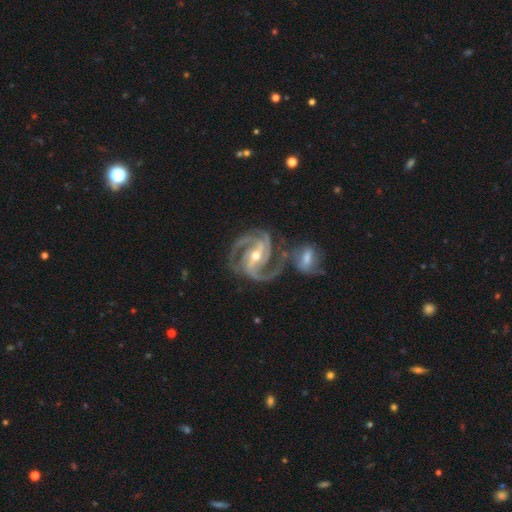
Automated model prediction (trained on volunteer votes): A featured or disk galaxy (94%) with a strong bar (62%), 3 (43%) medium (50%) spiral arms (99%) and a moderate central bulge (54%). Merging: none (57%).